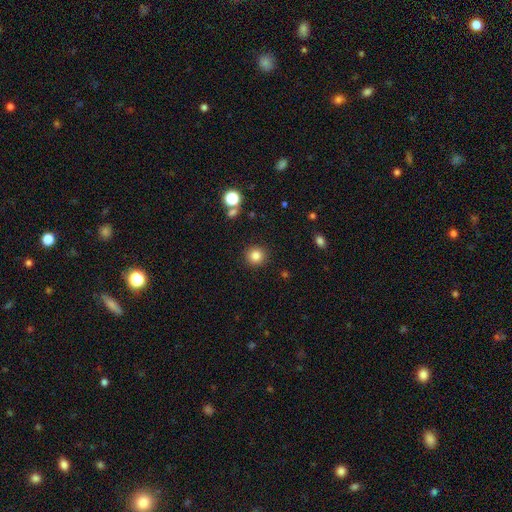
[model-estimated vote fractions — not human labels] smooth 83%, star or artifact 12%, featured or disk 5%. Down the decision tree: how rounded — round (93%); merging — none (91%).